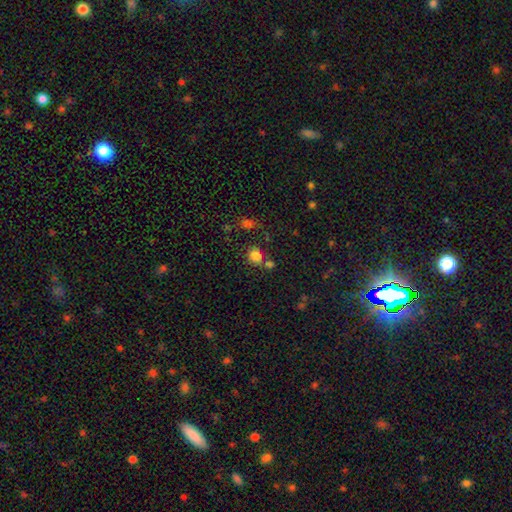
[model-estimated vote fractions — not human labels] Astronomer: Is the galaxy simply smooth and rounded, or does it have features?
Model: smooth — 80%.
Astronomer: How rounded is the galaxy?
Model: round — 76%.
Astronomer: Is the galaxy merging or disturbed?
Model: none — 62%.